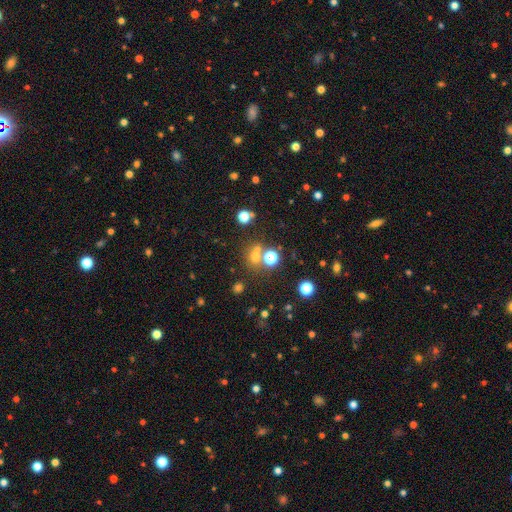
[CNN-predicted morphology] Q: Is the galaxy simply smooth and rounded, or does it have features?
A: smooth — 46%.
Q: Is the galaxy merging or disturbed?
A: none — 62%.